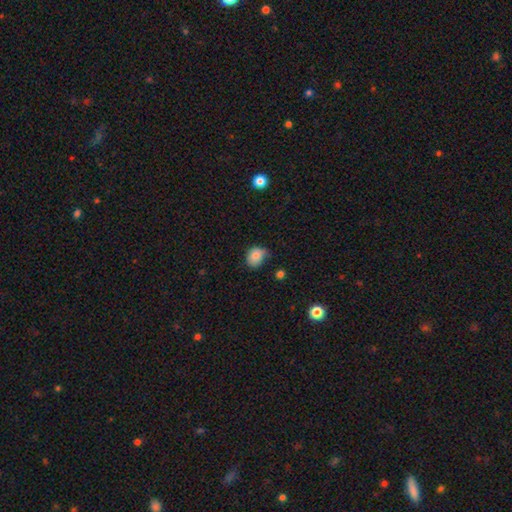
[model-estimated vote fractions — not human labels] Q: Smooth or featured?
A: smooth (83%); runner-up: star or artifact (10%)
Q: How rounded?
A: round (52%); runner-up: in between (47%)
Q: Merging?
A: none (52%); runner-up: minor disturbance (38%)